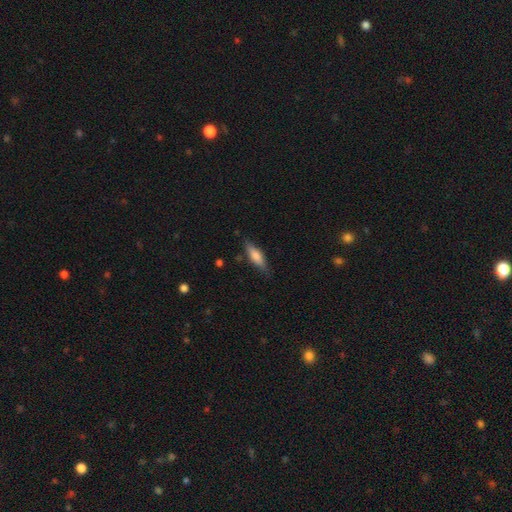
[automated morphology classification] type=smooth (69%); roundness=cigar-shaped (54%); merging=none (80%).